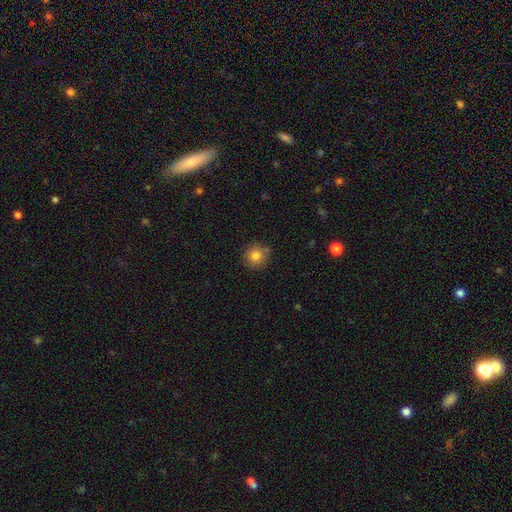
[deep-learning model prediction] Smooth or featured?
  - smooth: 82% *
  - star or artifact: 10%
  - featured or disk: 8%
How rounded?
  - round: 93% *
  - in between: 6%
  - cigar-shaped: 1%
Merging?
  - none: 83% *
  - minor disturbance: 11%
  - merger: 3%
  - major disturbance: 2%